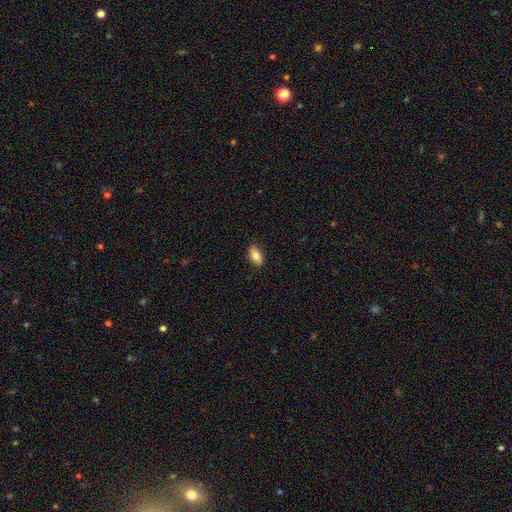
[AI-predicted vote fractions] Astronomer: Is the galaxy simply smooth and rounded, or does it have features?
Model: smooth — 84%.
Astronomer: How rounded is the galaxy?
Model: in between — 91%.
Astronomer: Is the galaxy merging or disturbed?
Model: none — 87%.